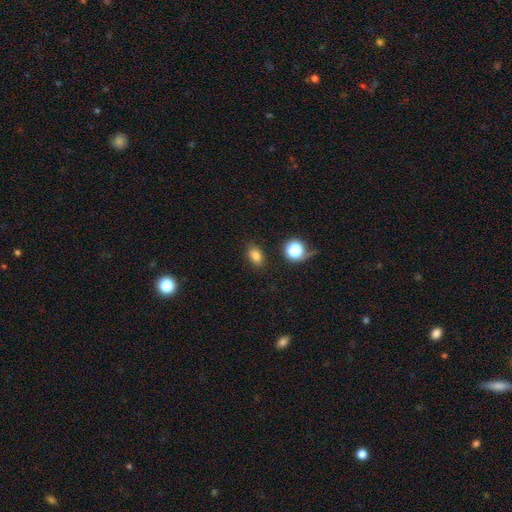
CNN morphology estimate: A smooth galaxy with no disk features (79%) that is in between round and cigar-shaped (76%). Merging: none (82%).